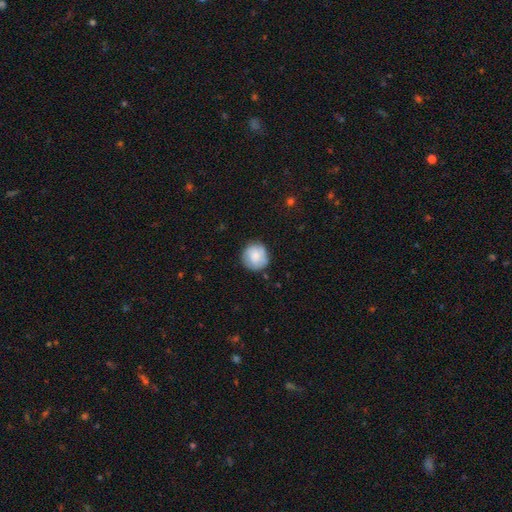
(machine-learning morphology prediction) Smooth or featured? Predicted: smooth (p=0.75). How rounded? Predicted: round (p=0.92). Merging? Predicted: none (p=0.80).